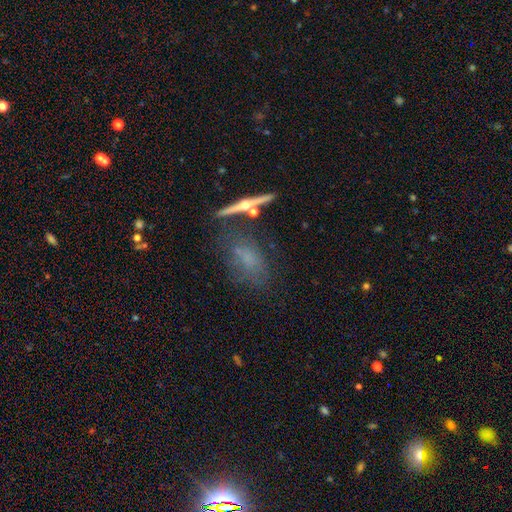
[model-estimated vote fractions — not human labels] This appears to be a smooth galaxy with no disk features (48%). Merging: none (59%).